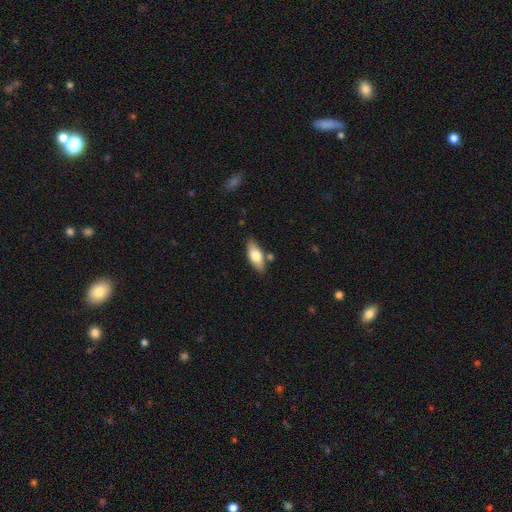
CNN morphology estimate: Smooth or featured?
  - smooth: 69% *
  - featured or disk: 25%
  - star or artifact: 6%
How rounded?
  - in between: 80% *
  - cigar-shaped: 18%
  - round: 3%
Merging?
  - none: 79% *
  - minor disturbance: 13%
  - merger: 6%
  - major disturbance: 3%